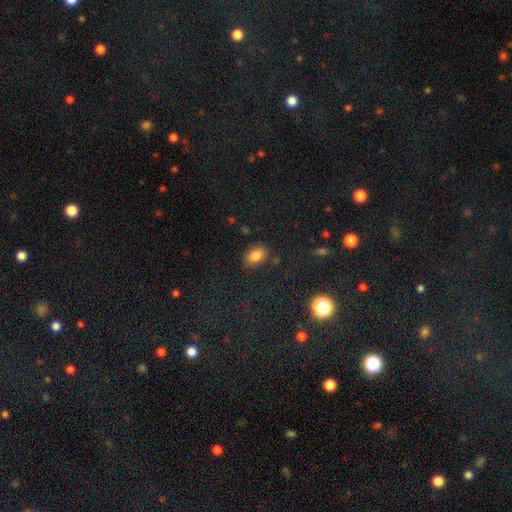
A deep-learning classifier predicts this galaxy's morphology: Q: Smooth or featured?
A: smooth (82%); runner-up: star or artifact (12%)
Q: How rounded?
A: in between (83%); runner-up: round (16%)
Q: Merging?
A: none (80%); runner-up: minor disturbance (14%)